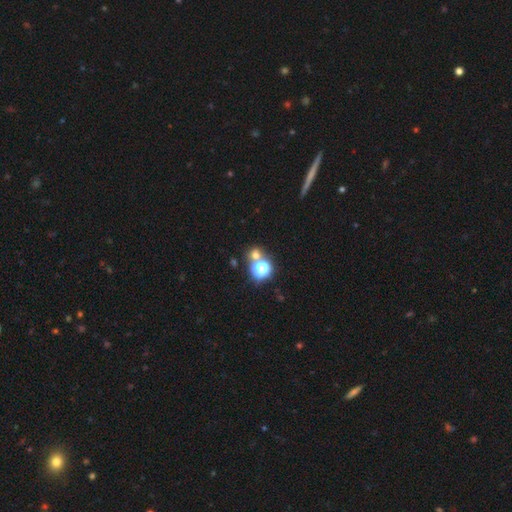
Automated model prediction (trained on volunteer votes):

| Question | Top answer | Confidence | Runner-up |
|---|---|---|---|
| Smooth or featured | smooth | 56% | star or artifact (36%) |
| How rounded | round | 84% | in between (15%) |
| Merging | none | 64% | merger (24%) |